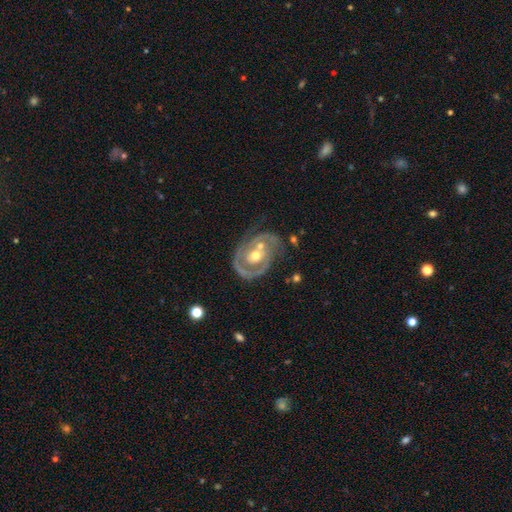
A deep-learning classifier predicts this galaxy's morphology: A featured or disk galaxy (86%) with no bar (72%), 2 (52%) tight (56%) spiral arms (86%) and a moderate central bulge (73%). Merging: none (46%).